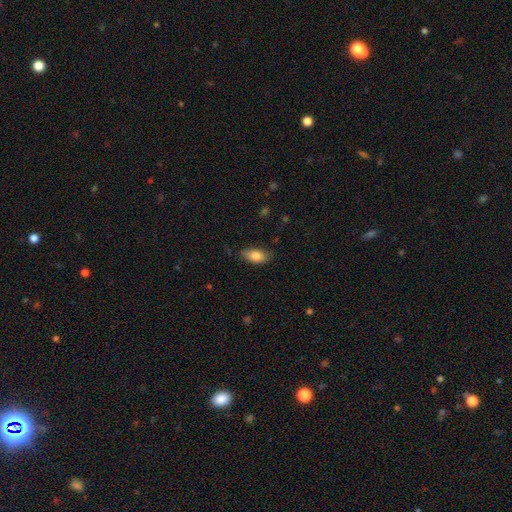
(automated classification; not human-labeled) Smooth or featured? smooth (83%)
How rounded? in between (90%)
Merging? none (75%)